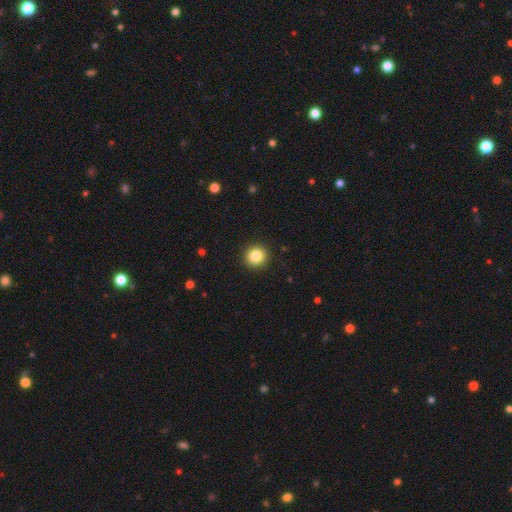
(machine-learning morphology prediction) A smooth galaxy with no disk features (85%) that is round (93%).

Vote fractions:
- Smooth or featured? smooth: 85% / star or artifact: 10% / featured or disk: 5%
- How rounded? round: 93% / in between: 7% / cigar-shaped: 1%
- Merging? none: 92% / minor disturbance: 5% / major disturbance: 2% / merger: 1%